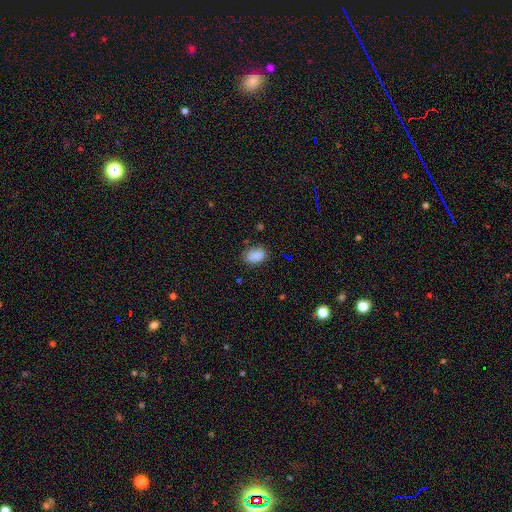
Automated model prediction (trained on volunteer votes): The model was most divided on "merging": none: 80%, minor disturbance: 15%, major disturbance: 3%, merger: 2%. More confident: how rounded — in between (88%); smooth or featured — smooth (87%).